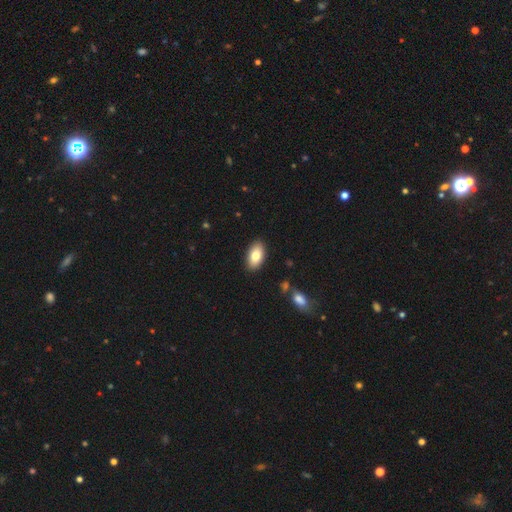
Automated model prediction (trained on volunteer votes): A smooth galaxy with no disk features (80%) that is in between round and cigar-shaped (94%). Merging: none (89%).